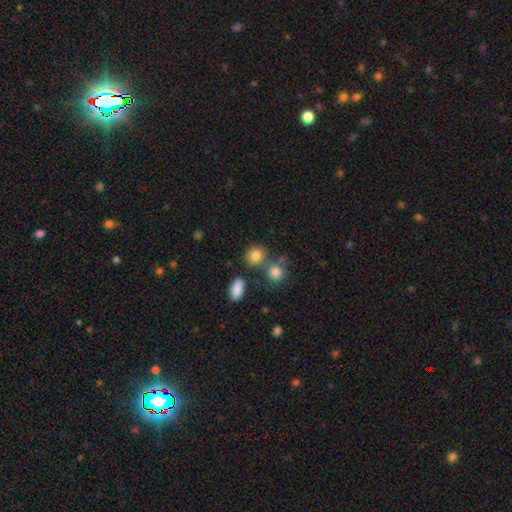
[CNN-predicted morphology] A smooth galaxy with no disk features (82%) that is round (79%). Merging: none (67%).